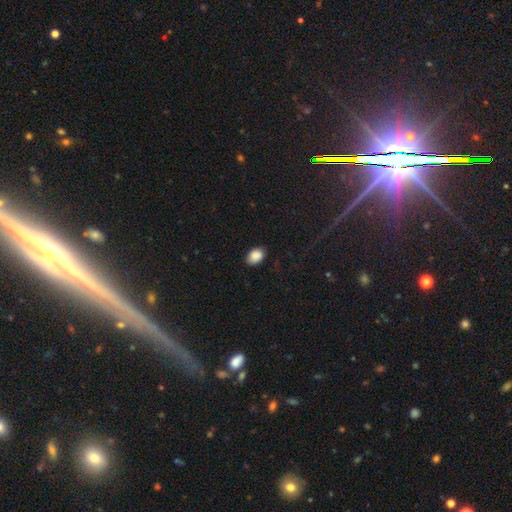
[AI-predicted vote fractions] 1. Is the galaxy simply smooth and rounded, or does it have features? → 89% smooth, 7% star or artifact, 3% featured or disk.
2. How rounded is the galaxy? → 83% in between, 16% round, 1% cigar-shaped.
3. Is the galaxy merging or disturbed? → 85% none, 12% minor disturbance, 2% major disturbance, 1% merger.